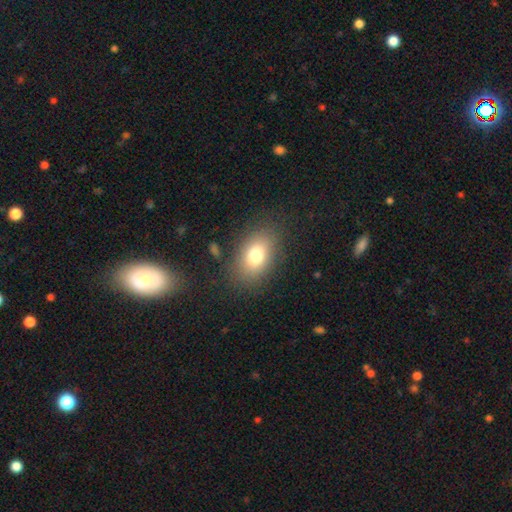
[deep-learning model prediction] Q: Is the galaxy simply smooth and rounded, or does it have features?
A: smooth — 75%.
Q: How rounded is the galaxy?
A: in between — 79%.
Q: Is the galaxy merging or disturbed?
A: none — 82%.